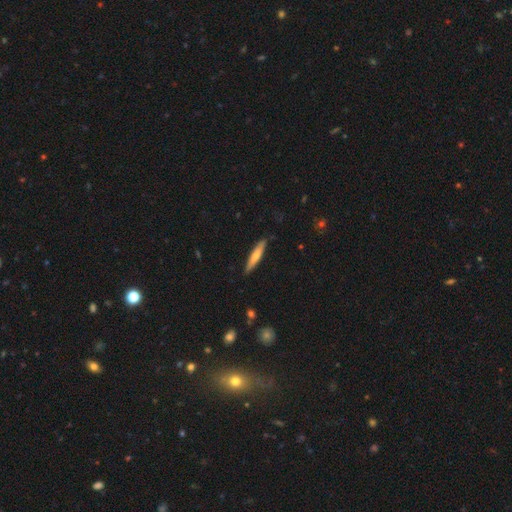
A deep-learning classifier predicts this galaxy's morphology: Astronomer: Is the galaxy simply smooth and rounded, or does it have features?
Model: smooth — 62%.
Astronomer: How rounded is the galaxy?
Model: cigar-shaped — 91%.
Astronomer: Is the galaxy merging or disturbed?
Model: none — 86%.